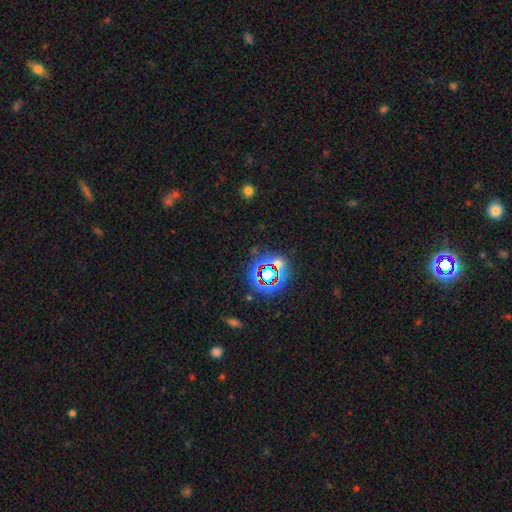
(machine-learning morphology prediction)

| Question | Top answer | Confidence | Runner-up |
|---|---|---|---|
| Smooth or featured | star or artifact | 60% | smooth (25%) |